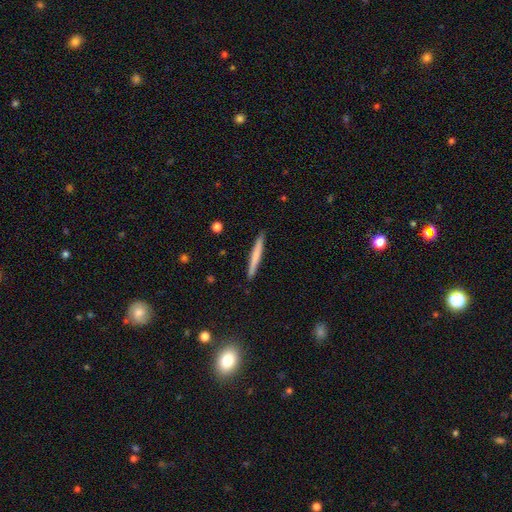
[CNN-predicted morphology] This is likely a smooth galaxy (60%). How rounded: clearly cigar-shaped (96%). Merging: clearly none (91%).